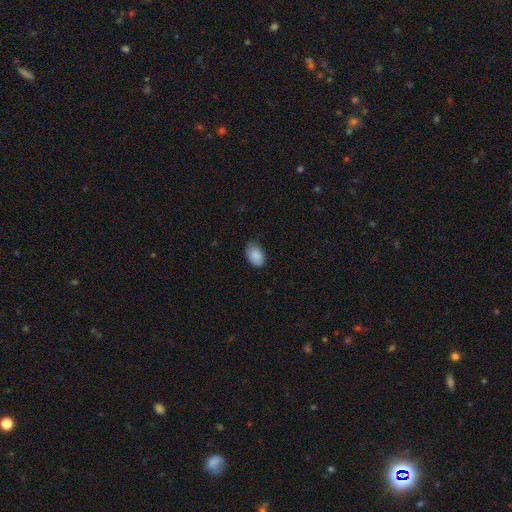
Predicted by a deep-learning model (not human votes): Overall: smooth (88%). How rounded: in between (88%). Merging: none (73%).